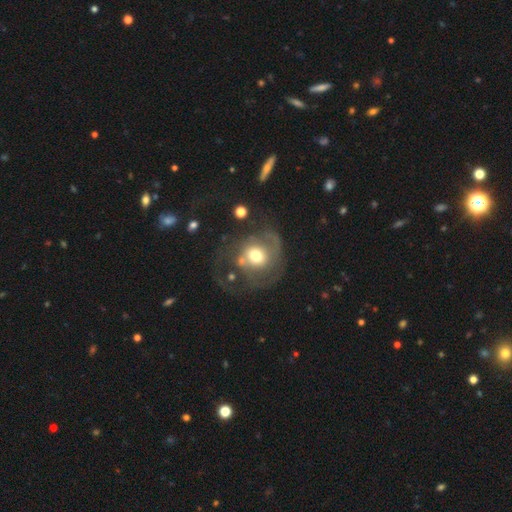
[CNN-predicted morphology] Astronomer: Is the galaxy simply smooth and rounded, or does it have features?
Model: featured or disk — 49% (runner-up: smooth, 42%).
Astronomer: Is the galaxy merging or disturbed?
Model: major disturbance — 42% (runner-up: none, 32%).